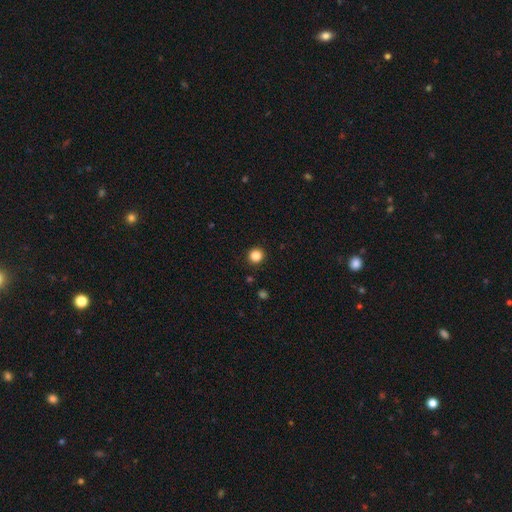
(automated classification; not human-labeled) Overall: smooth (85%). How rounded: round (95%). Merging: none (93%).